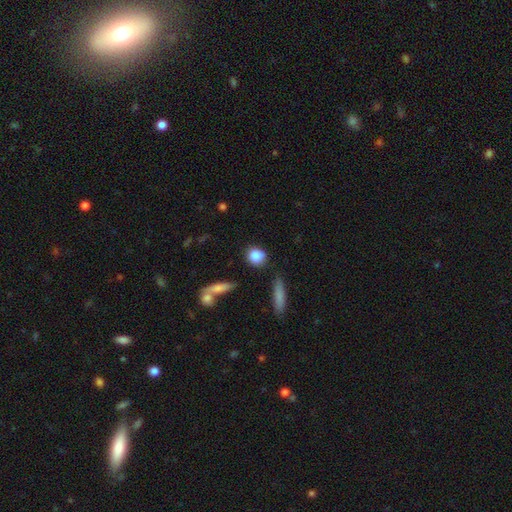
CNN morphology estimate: type=smooth (85%); roundness=round (68%); merging=none (74%).